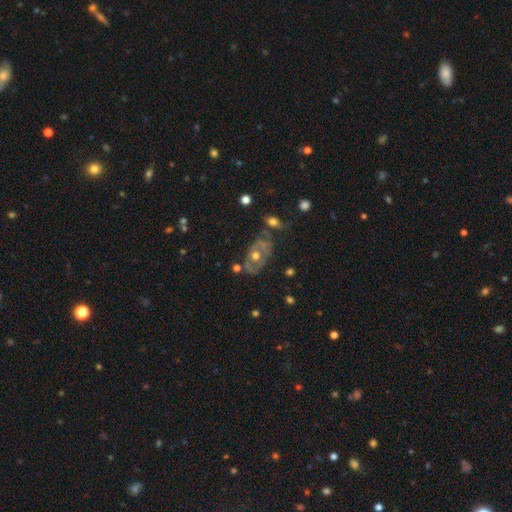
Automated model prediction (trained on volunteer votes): This is likely a featured or disk galaxy (62%). It is clearly not viewed edge-on (92%). Bar: clearly no (87%). Spiral arm pattern: likely no (68%). Central bulge: likely moderate (74%). Merging: possibly none (56%).